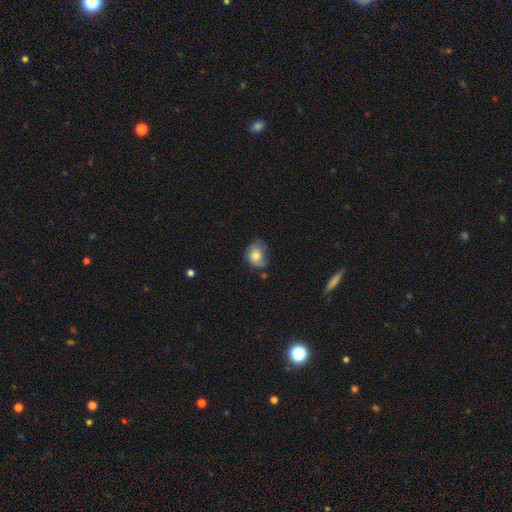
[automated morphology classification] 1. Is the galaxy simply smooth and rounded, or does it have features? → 77% smooth, 14% featured or disk, 9% star or artifact.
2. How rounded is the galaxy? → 52% in between, 47% round, 1% cigar-shaped.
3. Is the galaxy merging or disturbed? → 48% none, 37% minor disturbance, 11% major disturbance, 4% merger.